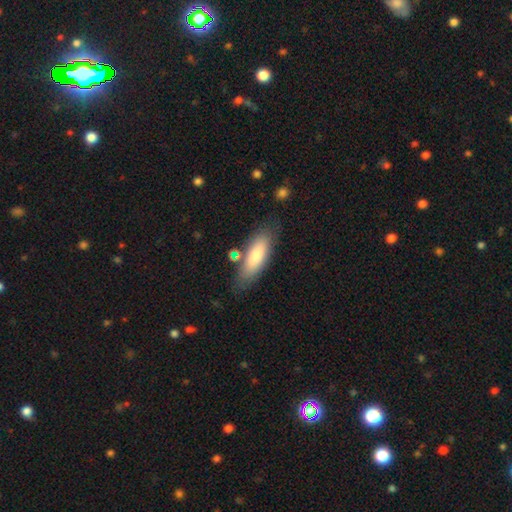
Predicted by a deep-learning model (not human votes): The model was most divided on "how rounded": in between: 61%, cigar-shaped: 37%, round: 2%. More confident: smooth or featured — smooth (83%); merging — none (75%).